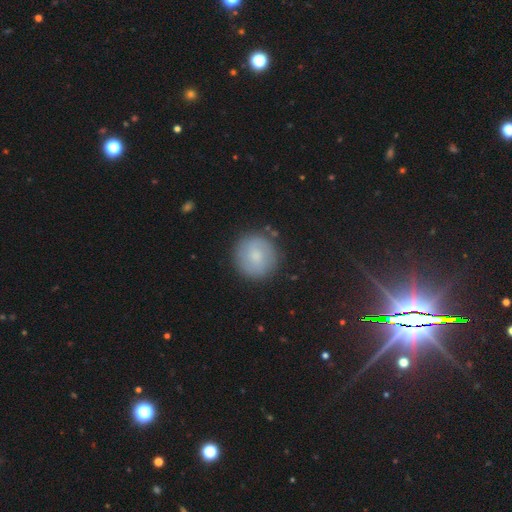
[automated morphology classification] Overall: smooth (68%). How rounded: round (92%). Merging: none (87%).